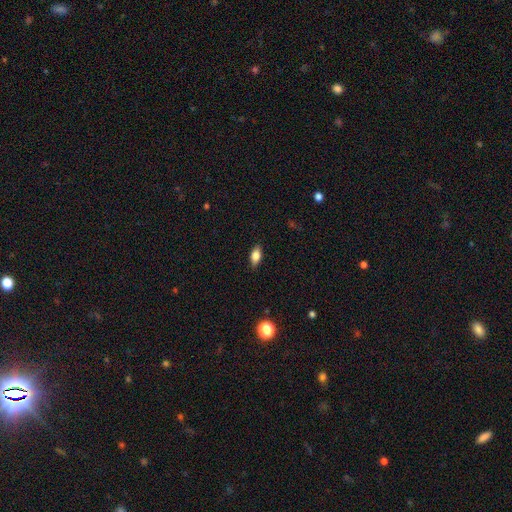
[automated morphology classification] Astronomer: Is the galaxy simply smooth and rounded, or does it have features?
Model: smooth — 78%.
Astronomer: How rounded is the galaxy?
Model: in between — 85%.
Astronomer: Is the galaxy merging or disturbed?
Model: none — 85%.